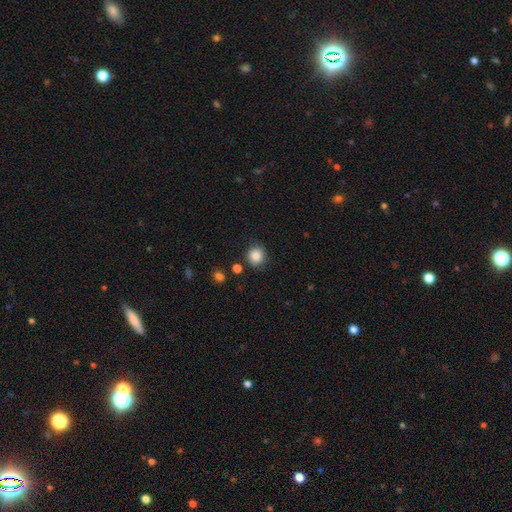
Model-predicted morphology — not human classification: This is clearly a smooth galaxy (86%). How rounded: clearly round (90%). Merging: clearly none (81%).